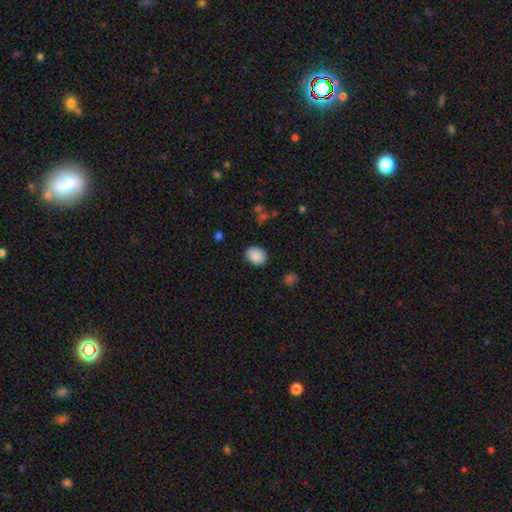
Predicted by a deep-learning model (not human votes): The model was most divided on "how rounded": in between: 64%, round: 35%, cigar-shaped: 1%. More confident: smooth or featured — smooth (88%); merging — none (85%).